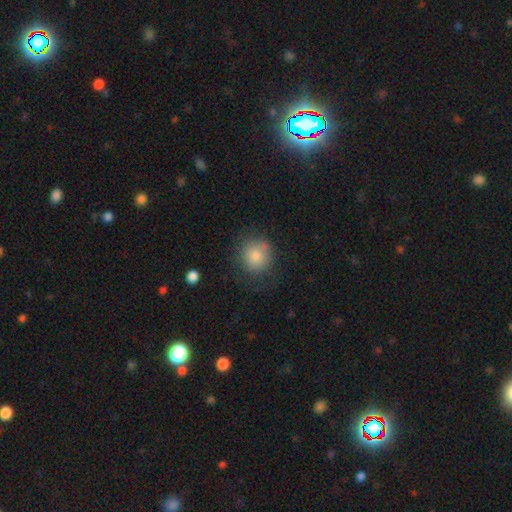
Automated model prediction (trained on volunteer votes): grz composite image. It shows a smooth galaxy with no disk features (82%) that is round (88%). Merging: none (71%).